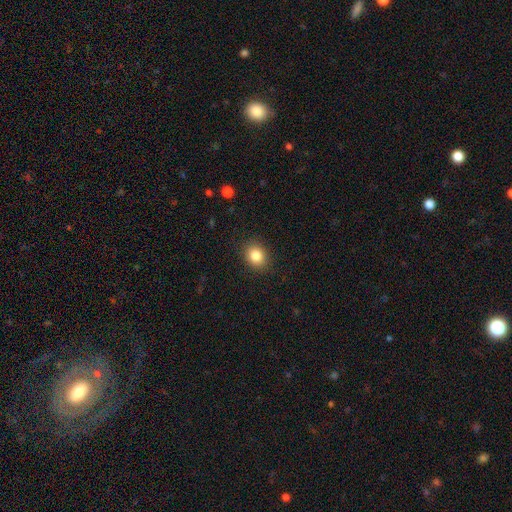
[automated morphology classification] Smooth or featured? Predicted: smooth (p=0.84). How rounded? Predicted: round (p=0.65). Merging? Predicted: none (p=0.89).